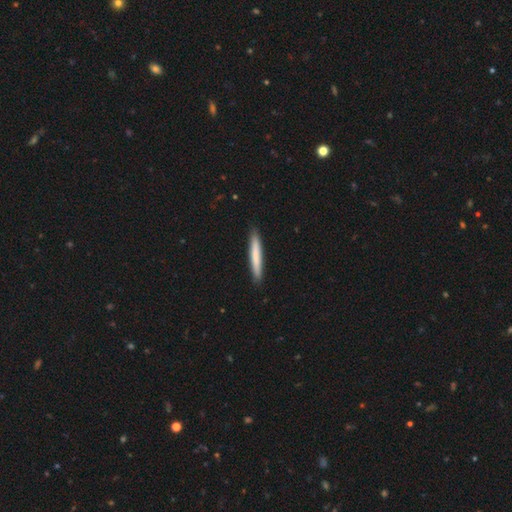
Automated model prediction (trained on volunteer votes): This is likely a smooth galaxy (75%). How rounded: clearly cigar-shaped (96%). Merging: clearly none (90%).